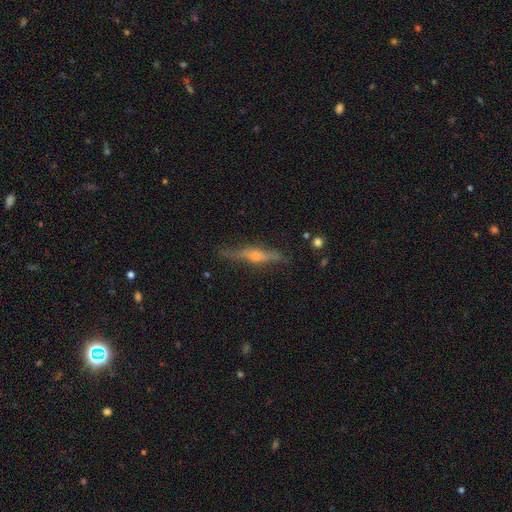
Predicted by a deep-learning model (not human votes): Smooth or featured? Predicted: featured or disk (p=0.78). Edge-on disk? Predicted: yes (p=0.96). Edge-on bulge? Predicted: rounded (p=0.89). Merging? Predicted: none (p=0.84).